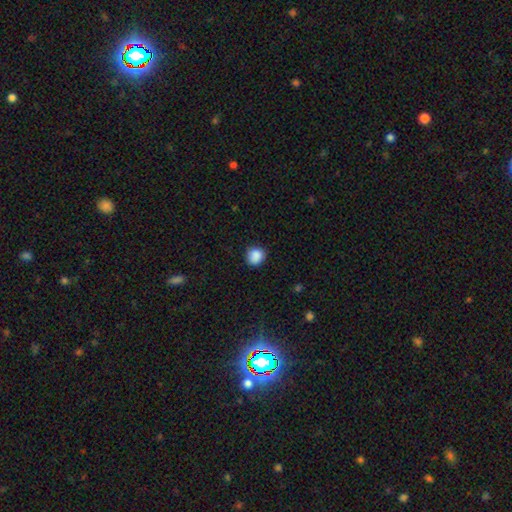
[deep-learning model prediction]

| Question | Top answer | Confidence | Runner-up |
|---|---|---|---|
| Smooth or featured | smooth | 87% | star or artifact (9%) |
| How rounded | round | 85% | in between (14%) |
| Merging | none | 80% | minor disturbance (16%) |